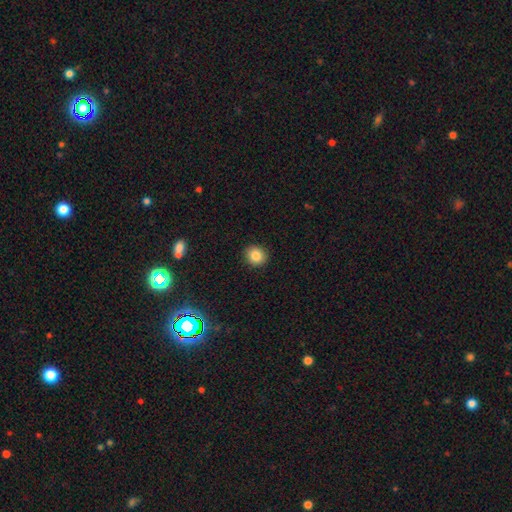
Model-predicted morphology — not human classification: Q: Smooth or featured?
A: smooth (84%); runner-up: star or artifact (11%)
Q: How rounded?
A: round (86%); runner-up: in between (13%)
Q: Merging?
A: none (91%); runner-up: minor disturbance (6%)